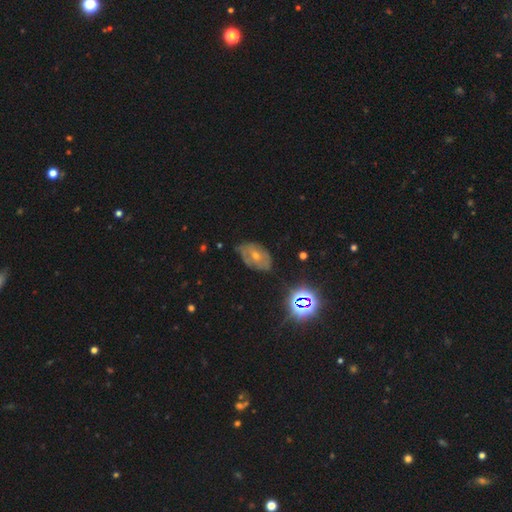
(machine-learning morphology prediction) Overall: featured or disk (49%; smooth 26%). Merging: none (64%; minor disturbance 26%).